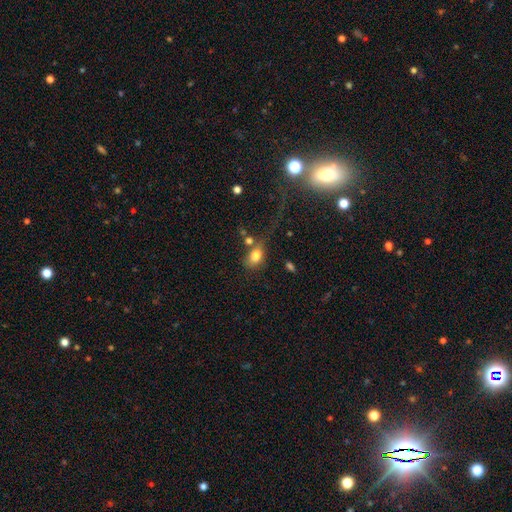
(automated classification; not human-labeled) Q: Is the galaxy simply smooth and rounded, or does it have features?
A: smooth — 79%.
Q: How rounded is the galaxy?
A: in between — 77%.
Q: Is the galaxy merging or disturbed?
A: none — 45%.